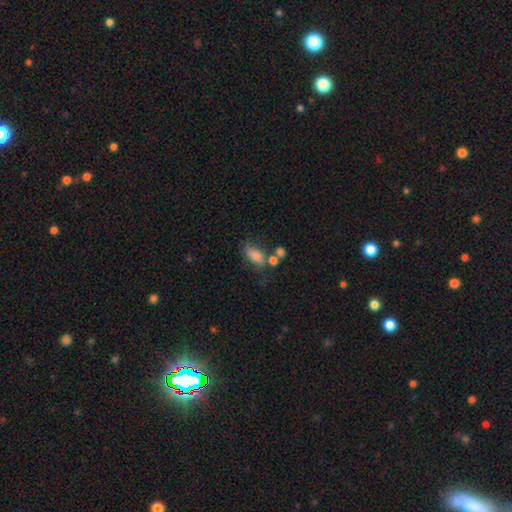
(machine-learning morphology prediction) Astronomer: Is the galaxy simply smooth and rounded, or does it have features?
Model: smooth — 76%.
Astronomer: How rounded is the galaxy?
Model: in between — 85%.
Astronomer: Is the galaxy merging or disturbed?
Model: none — 48%.